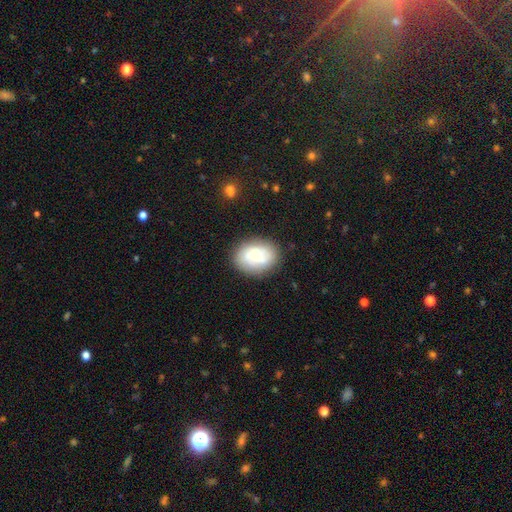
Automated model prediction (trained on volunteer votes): smooth_or_featured: smooth (p=0.57) [alt: featured or disk p=0.35]
how_rounded: in between (p=0.63) [alt: round p=0.36]
merging: none (p=0.81) [alt: minor disturbance p=0.13]